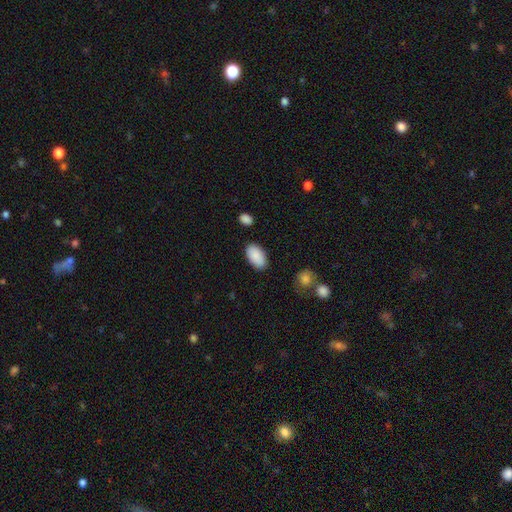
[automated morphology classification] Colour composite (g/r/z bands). It shows a smooth galaxy with no disk features (89%) that is in between round and cigar-shaped (95%). Merging: none (86%).